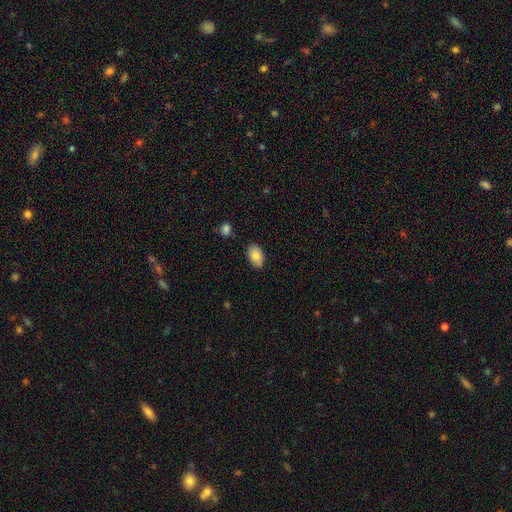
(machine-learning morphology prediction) This is clearly a smooth galaxy (84%). How rounded: clearly in between (88%). Merging: clearly none (82%).